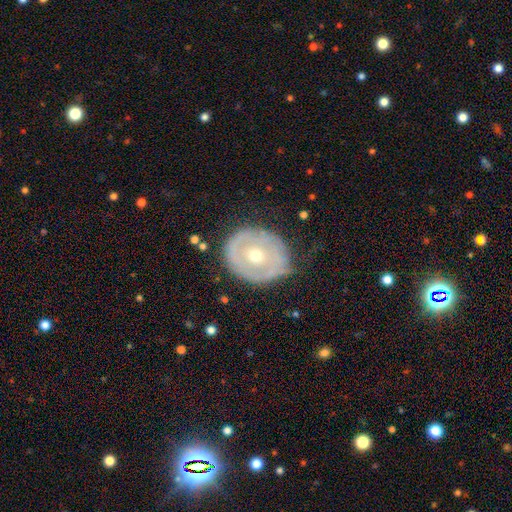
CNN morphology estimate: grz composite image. It shows a featured or disk galaxy (61%) with no bar (84%), no spiral arms (66%) and a small central bulge (51%). Merging: none (65%).